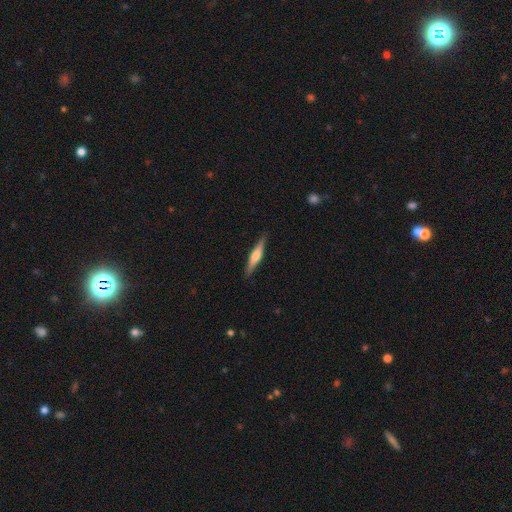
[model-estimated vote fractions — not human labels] smooth-or-featured: featured or disk: 58% | smooth: 37% | star or artifact: 5%
  disk-edge-on: yes: 97% | no: 3%
    edge-on-bulge: rounded: 80% | boxy: 12% | none: 8%
  merging: none: 90% | minor disturbance: 7% | major disturbance: 2% | merger: 1%